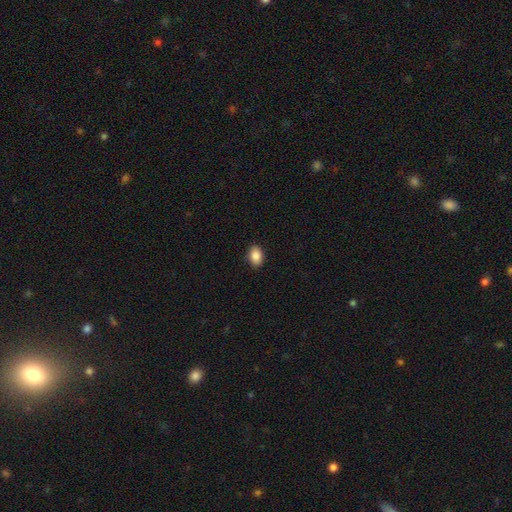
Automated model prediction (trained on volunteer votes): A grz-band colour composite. It shows a smooth galaxy with no disk features (88%) that is in between round and cigar-shaped (83%). Merging: none (90%).